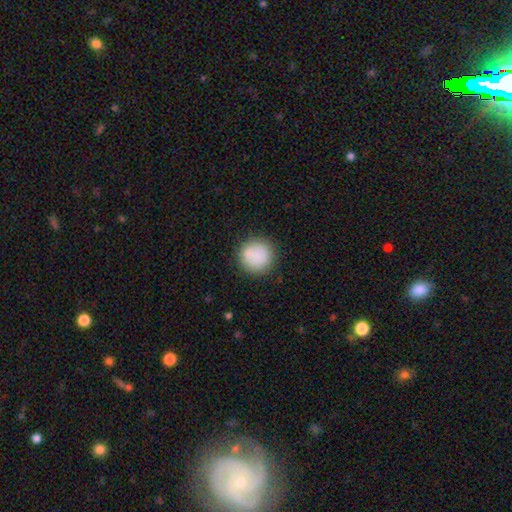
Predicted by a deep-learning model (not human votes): A smooth galaxy with no disk features (86%) that is round (93%). Merging: none (84%).